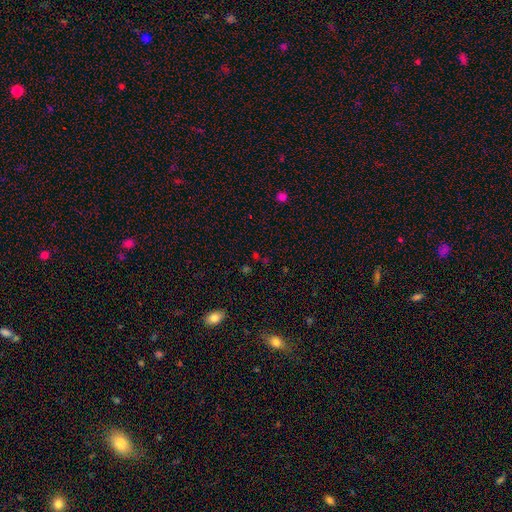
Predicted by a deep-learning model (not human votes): Smooth or featured: star or artifact — 51% (smooth — 41%)